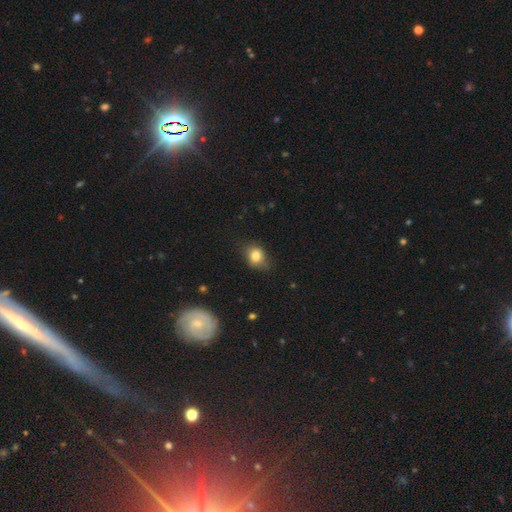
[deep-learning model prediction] smooth_or_featured: smooth (p=0.78) [alt: featured or disk p=0.11]
how_rounded: in between (p=0.53) [alt: round p=0.45]
merging: none (p=0.67) [alt: minor disturbance p=0.26]